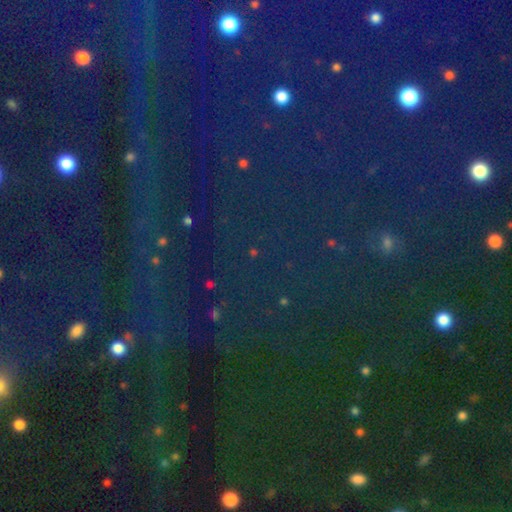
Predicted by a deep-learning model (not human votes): Overall: star or artifact (80%).